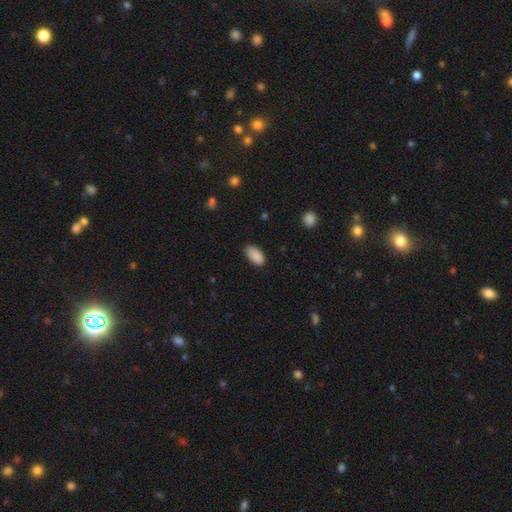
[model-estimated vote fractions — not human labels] Smooth or featured?
  - smooth: 90% *
  - star or artifact: 7%
  - featured or disk: 3%
How rounded?
  - in between: 94% *
  - cigar-shaped: 3%
  - round: 3%
Merging?
  - none: 82% *
  - minor disturbance: 14%
  - major disturbance: 3%
  - merger: 1%